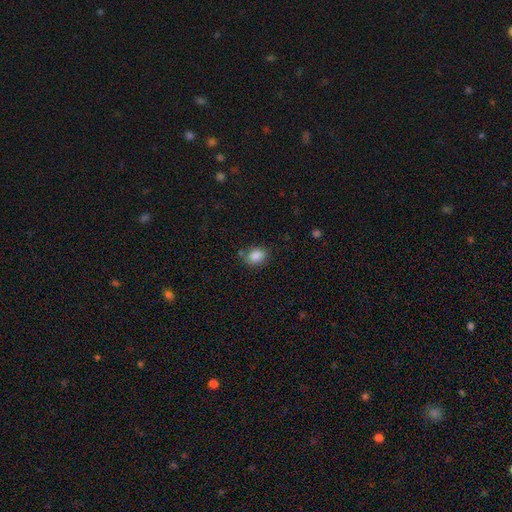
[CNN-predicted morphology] Q: Smooth or featured?
A: smooth (86%); runner-up: star or artifact (9%)
Q: How rounded?
A: in between (56%); runner-up: round (43%)
Q: Merging?
A: none (74%); runner-up: minor disturbance (16%)